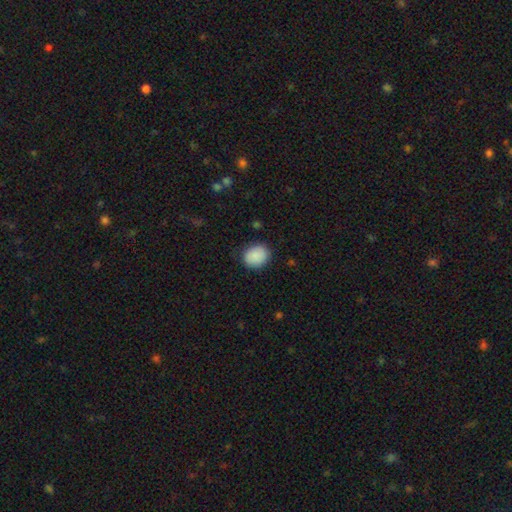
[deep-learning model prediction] Smooth or featured? smooth (88%)
How rounded? round (60%)
Merging? none (85%)